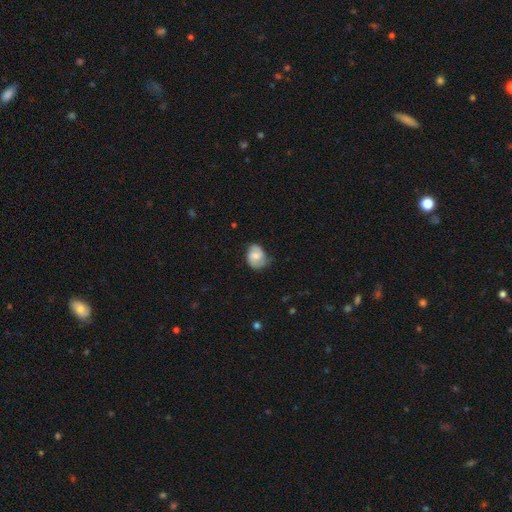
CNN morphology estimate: Smooth or featured? smooth (56%)
How rounded? in between (54%)
Merging? none (53%)